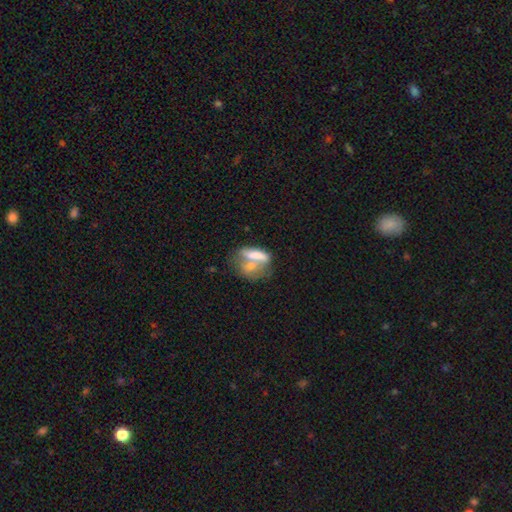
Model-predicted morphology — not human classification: Overall: smooth (61%; featured or disk 31%). How rounded: in between (63%; cigar-shaped 27%). Merging: merger (59%; none 21%).